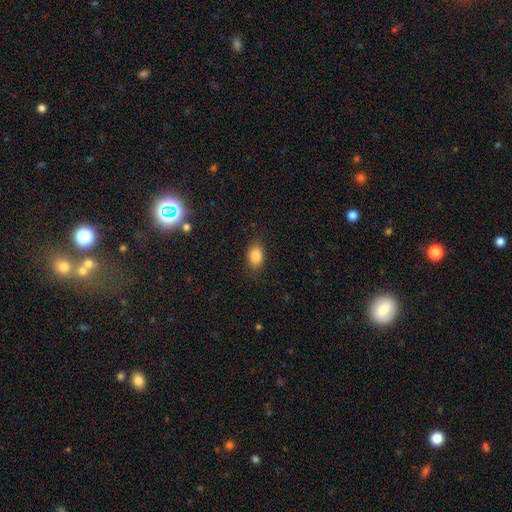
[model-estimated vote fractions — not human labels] The model was most divided on "how rounded": in between: 83%, round: 16%, cigar-shaped: 2%. More confident: merging — none (84%); smooth or featured — smooth (84%).